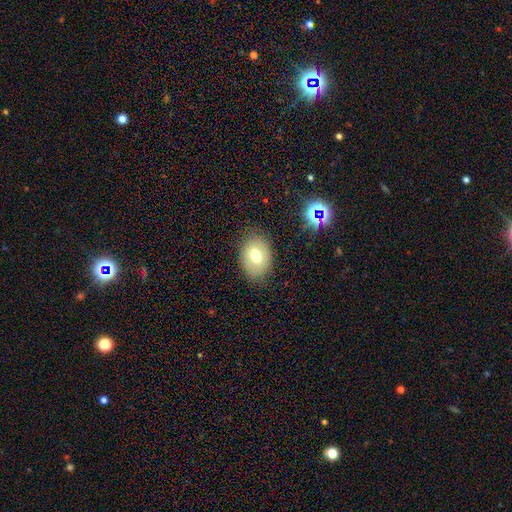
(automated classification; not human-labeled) Q: Smooth or featured?
A: smooth (68%); runner-up: featured or disk (21%)
Q: How rounded?
A: in between (73%); runner-up: round (26%)
Q: Merging?
A: none (81%); runner-up: minor disturbance (14%)